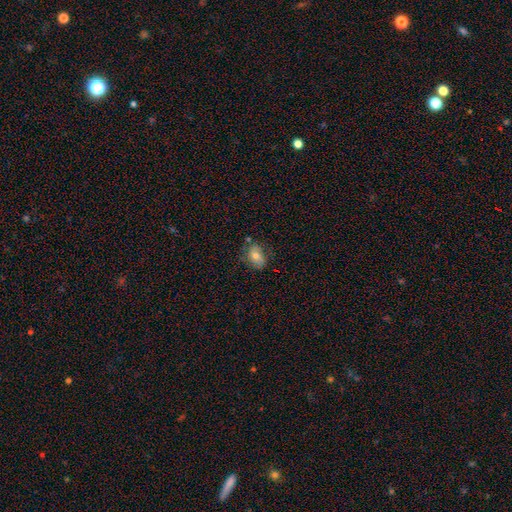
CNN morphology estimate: Smooth or featured: smooth — 68% (featured or disk — 22%)
How rounded: in between — 73% (round — 25%)
Merging: none — 66% (minor disturbance — 24%)